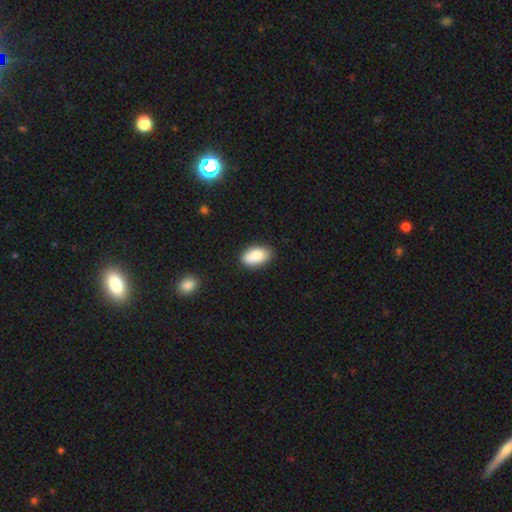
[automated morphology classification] A smooth galaxy with no disk features (86%) that is in between round and cigar-shaped (93%).

Vote fractions:
- Smooth or featured? smooth: 86% / featured or disk: 7% / star or artifact: 7%
- How rounded? in between: 93% / round: 5% / cigar-shaped: 2%
- Merging? none: 82% / minor disturbance: 13% / major disturbance: 2% / merger: 2%